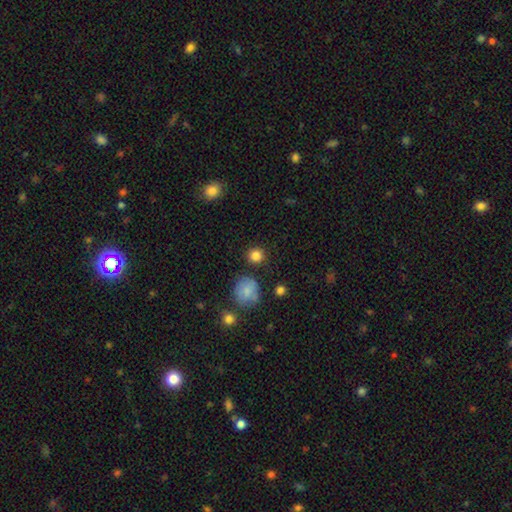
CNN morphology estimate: This is clearly a smooth galaxy (85%). How rounded: clearly round (91%). Merging: clearly none (86%).